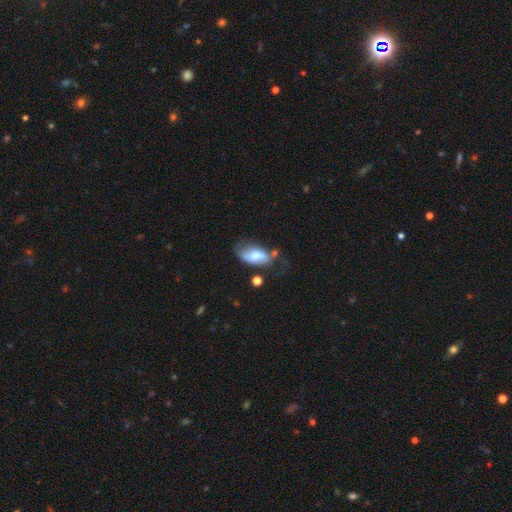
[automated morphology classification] type=smooth (50%); merging=none (38%).